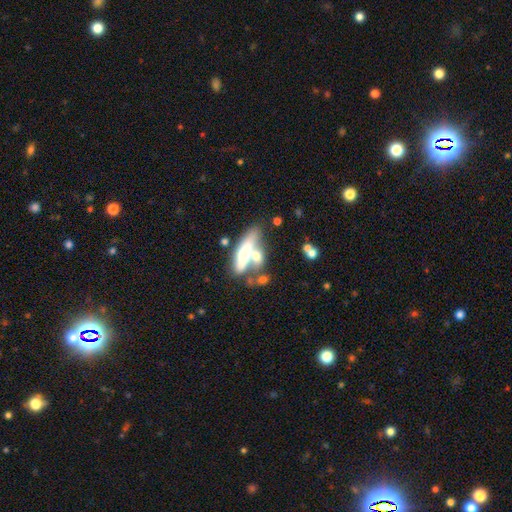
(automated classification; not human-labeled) The model was most divided on "smooth or featured": smooth: 49%, featured or disk: 44%, star or artifact: 7%. Remaining: merging — merger (45%).